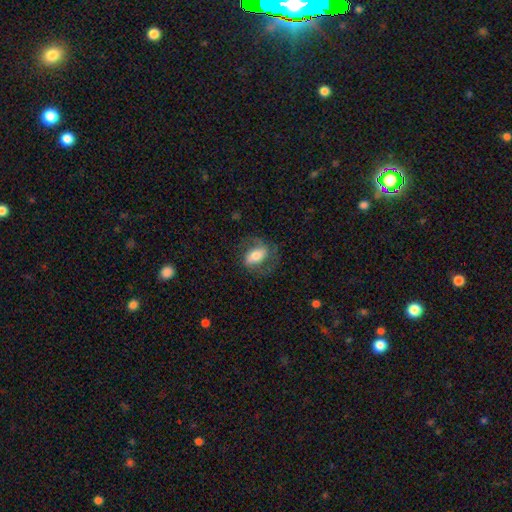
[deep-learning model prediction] A featured or disk galaxy (47%).

Vote fractions:
- Smooth or featured? featured or disk: 47% / smooth: 46% / star or artifact: 7%
- Merging? none: 65% / minor disturbance: 19% / major disturbance: 15% / merger: 1%